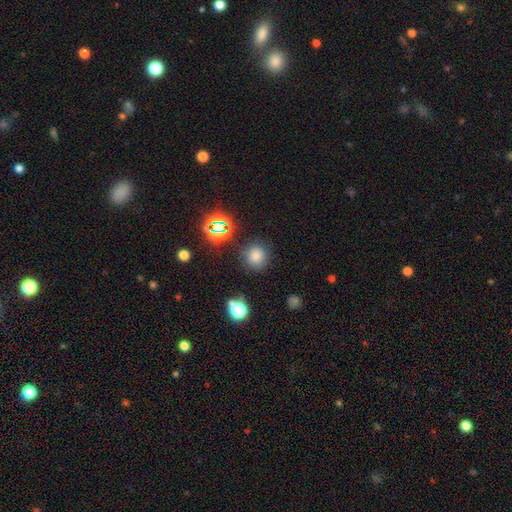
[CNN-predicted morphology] smooth 70%, star or artifact 23%, featured or disk 7%. Down the decision tree: how rounded — round (91%); merging — none (85%).